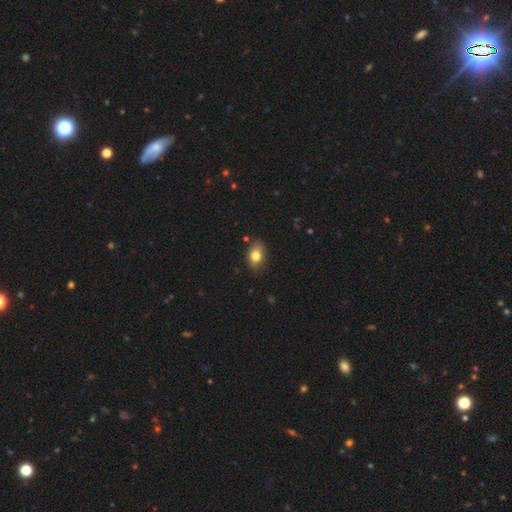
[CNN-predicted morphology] type=smooth (78%); roundness=in between (78%); merging=none (79%).